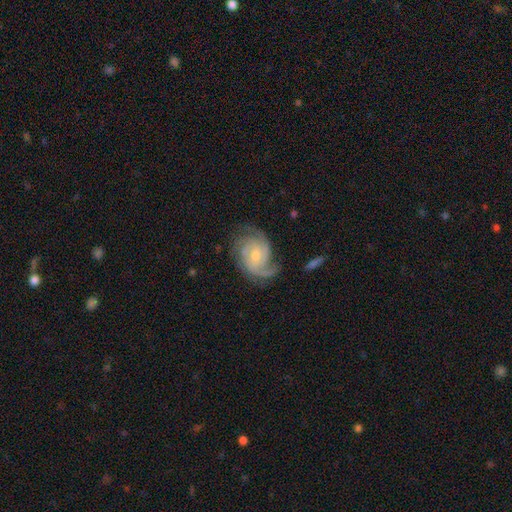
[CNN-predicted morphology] Smooth or featured? featured or disk (87%)
Edge-on disk? no (98%)
Bar? no (55%)
Spiral arms? yes (97%)
Spiral winding? tight (49%)
Spiral arm count? 3 (34%)
Bulge size? small (50%)
Merging? none (66%)